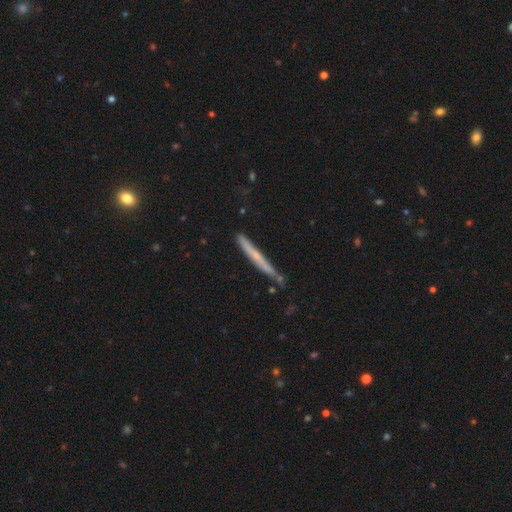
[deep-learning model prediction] smooth_or_featured: smooth (p=0.49) [alt: featured or disk p=0.45]
merging: none (p=0.79) [alt: minor disturbance p=0.15]